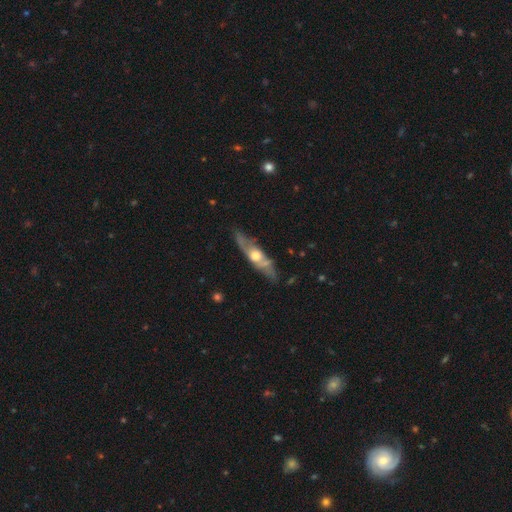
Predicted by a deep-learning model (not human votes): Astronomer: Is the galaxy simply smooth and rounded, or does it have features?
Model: featured or disk — 67%.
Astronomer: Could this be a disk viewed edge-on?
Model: yes — 65%.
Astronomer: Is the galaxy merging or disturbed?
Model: none — 68%.